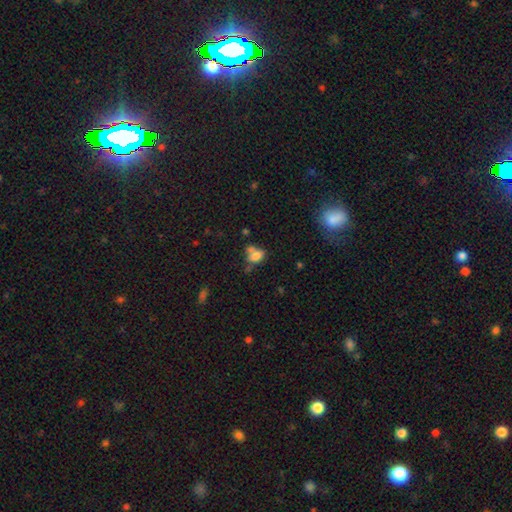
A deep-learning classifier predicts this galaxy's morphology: Smooth or featured? Predicted: smooth (p=0.73). How rounded? Predicted: in between (p=0.78). Merging? Predicted: merger (p=0.40).